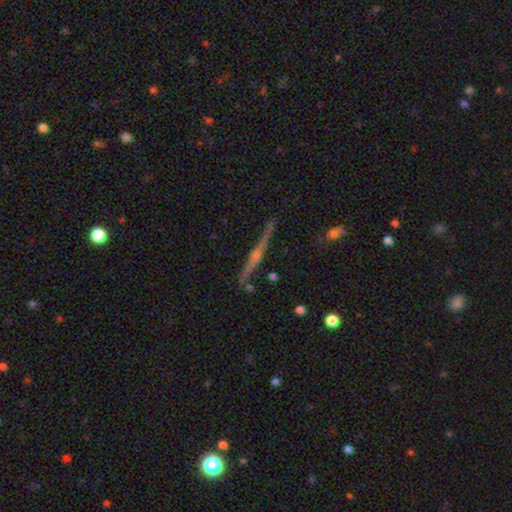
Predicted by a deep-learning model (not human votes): This appears to be a featured or disk galaxy (79%) viewed edge-on (98%) with a rounded central bulge (78%). Merging: none (84%).